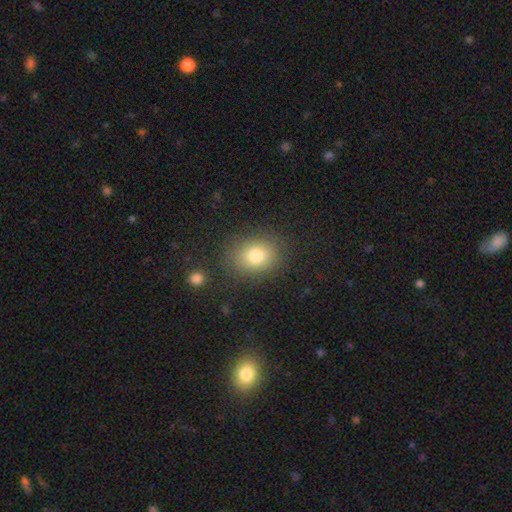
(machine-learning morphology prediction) Overall: smooth (79%). How rounded: round (55%; in between 44%). Merging: none (83%).